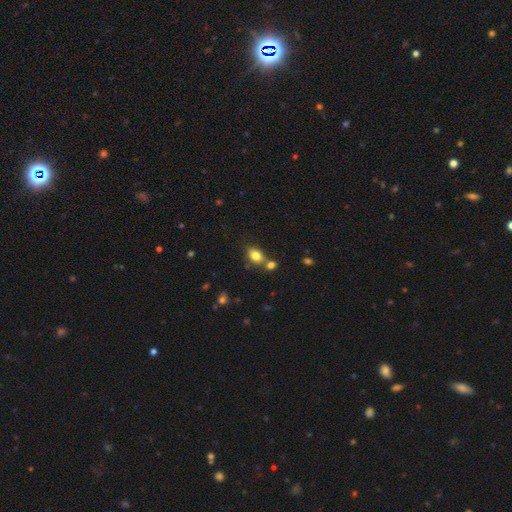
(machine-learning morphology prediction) Q: Smooth or featured?
A: smooth (80%); runner-up: star or artifact (10%)
Q: How rounded?
A: in between (78%); runner-up: round (20%)
Q: Merging?
A: none (57%); runner-up: merger (26%)